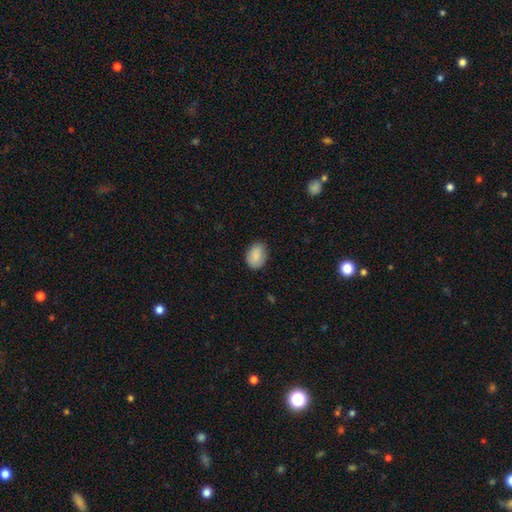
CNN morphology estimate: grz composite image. It shows a smooth galaxy with no disk features (87%) that is in between round and cigar-shaped (78%). Merging: none (78%).